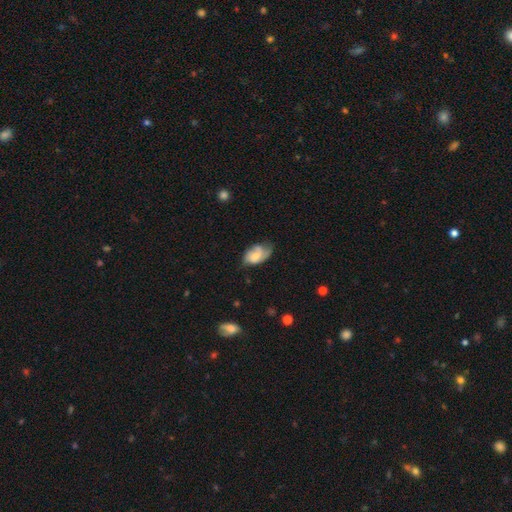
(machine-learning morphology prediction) This is possibly a smooth galaxy (47%). Merging: marginally none (39%).